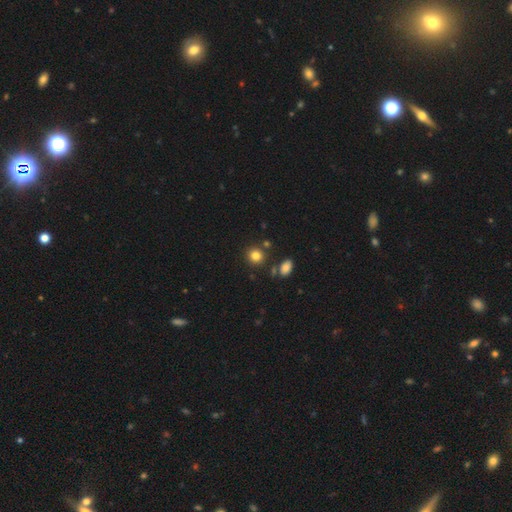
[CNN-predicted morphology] This appears to be a smooth galaxy with no disk features (82%) that is round (87%). Merging: none (82%).